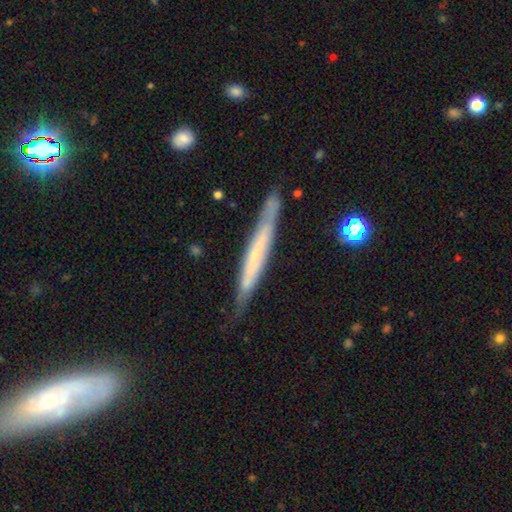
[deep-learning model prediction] The model was most divided on "smooth or featured": featured or disk: 55%, smooth: 39%, star or artifact: 6%. More confident: edge-on disk — yes (89%); merging — none (79%).